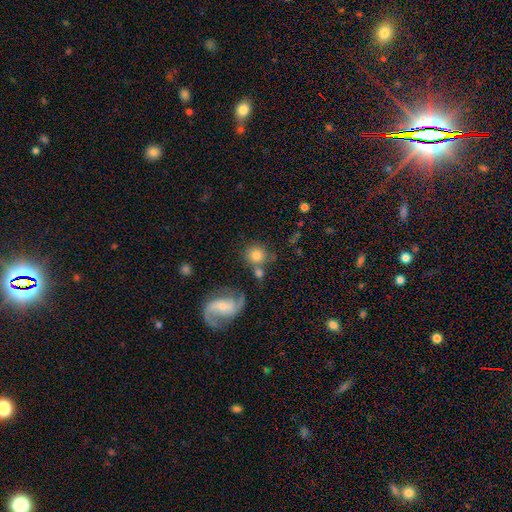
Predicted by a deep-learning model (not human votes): This is likely a smooth galaxy (74%). How rounded: clearly round (85%). Merging: possibly none (58%).